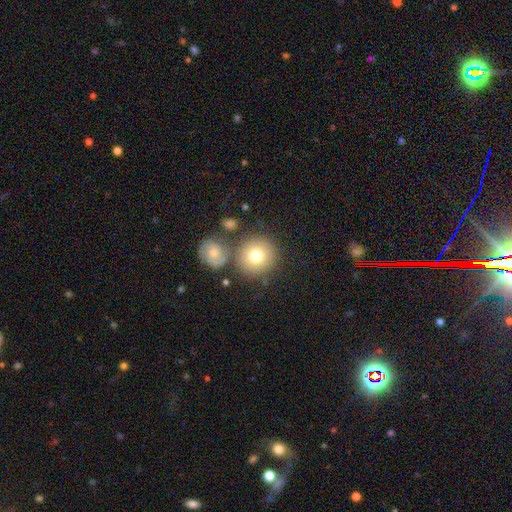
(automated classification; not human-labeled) This appears to be a smooth galaxy with no disk features (75%) that is round (92%). Merging: none (75%).